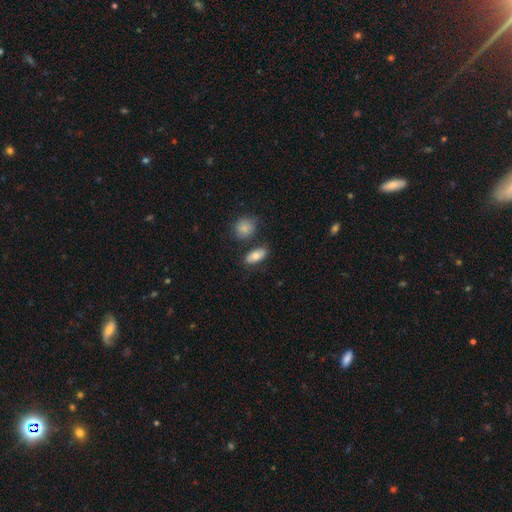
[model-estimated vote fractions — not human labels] Smooth or featured?
  - smooth: 76% *
  - featured or disk: 16%
  - star or artifact: 7%
How rounded?
  - in between: 87% *
  - cigar-shaped: 7%
  - round: 5%
Merging?
  - none: 73% *
  - minor disturbance: 14%
  - merger: 10%
  - major disturbance: 4%